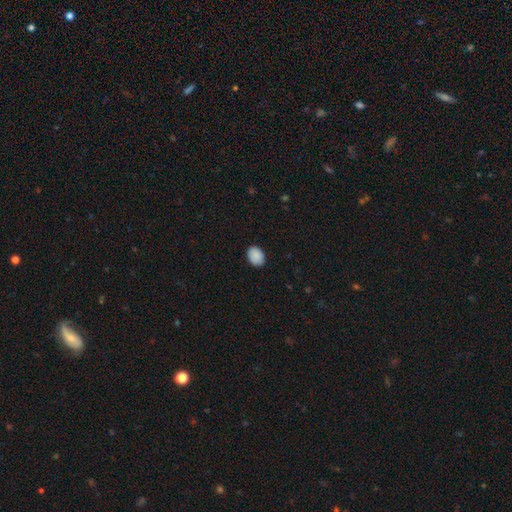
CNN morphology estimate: Overall: smooth (89%). How rounded: in between (70%). Merging: none (88%).